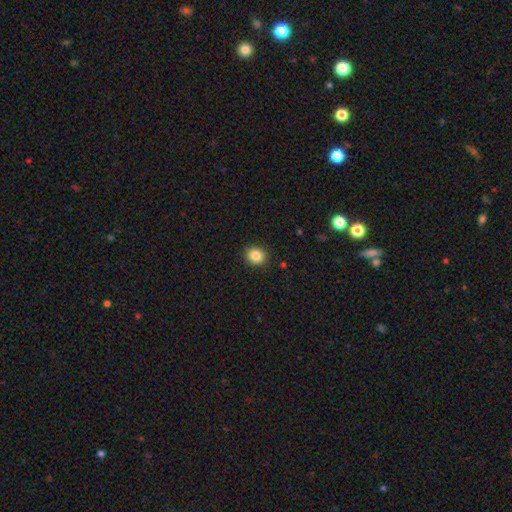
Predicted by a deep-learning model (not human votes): Smooth or featured: smooth — 85% (star or artifact — 10%)
How rounded: round — 73% (in between — 26%)
Merging: none — 91% (minor disturbance — 6%)